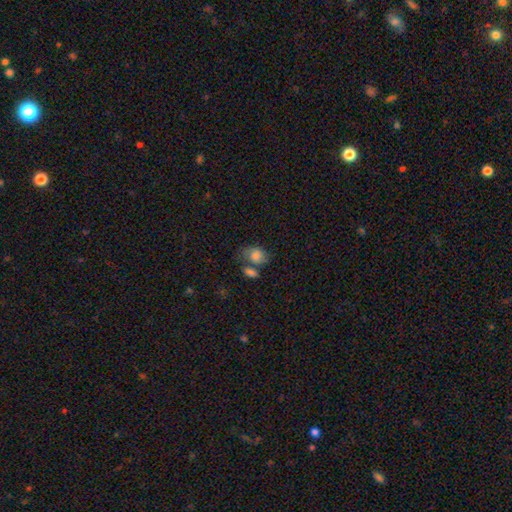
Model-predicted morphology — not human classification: A smooth galaxy with no disk features (78%) that is in between round and cigar-shaped (64%). Merging: none (37%).